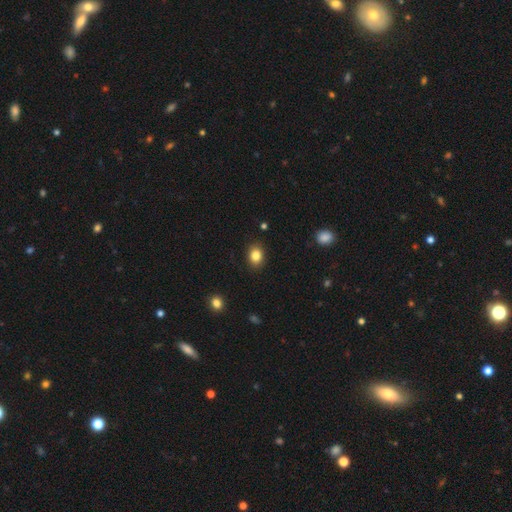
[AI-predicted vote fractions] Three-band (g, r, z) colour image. It shows a smooth galaxy with no disk features (85%) that is in between round and cigar-shaped (56%). Merging: none (88%).